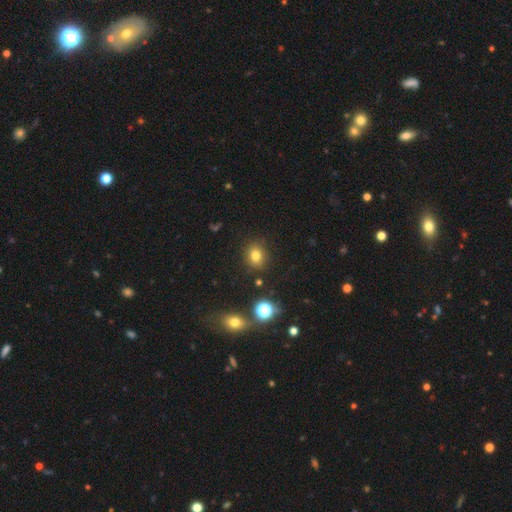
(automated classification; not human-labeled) This appears to be a smooth galaxy with no disk features (78%) that is round (60%). Merging: none (86%).